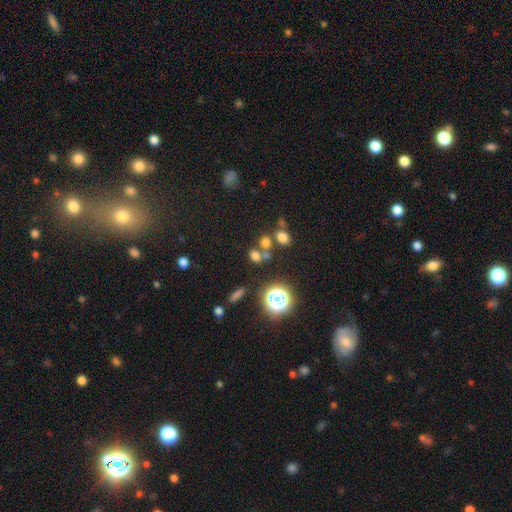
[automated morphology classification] A smooth galaxy with no disk features (63%) that is round (58%).

Vote fractions:
- Smooth or featured? smooth: 63% / star or artifact: 28% / featured or disk: 9%
- How rounded? round: 58% / in between: 40% / cigar-shaped: 2%
- Merging? none: 58% / merger: 27% / minor disturbance: 10% / major disturbance: 5%